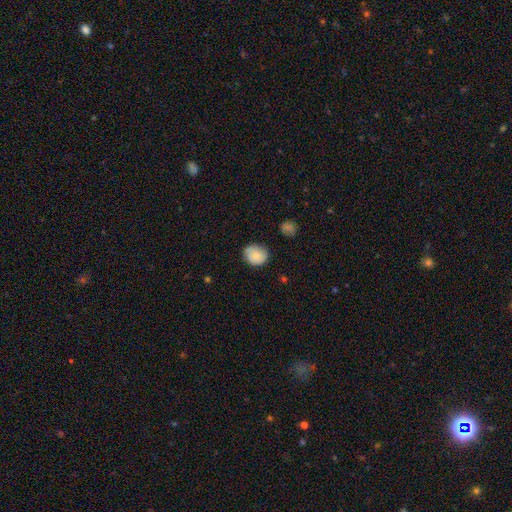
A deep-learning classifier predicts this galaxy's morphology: The model was most divided on "how rounded": round: 67%, in between: 32%, cigar-shaped: 1%. More confident: smooth or featured — smooth (81%); merging — none (71%).